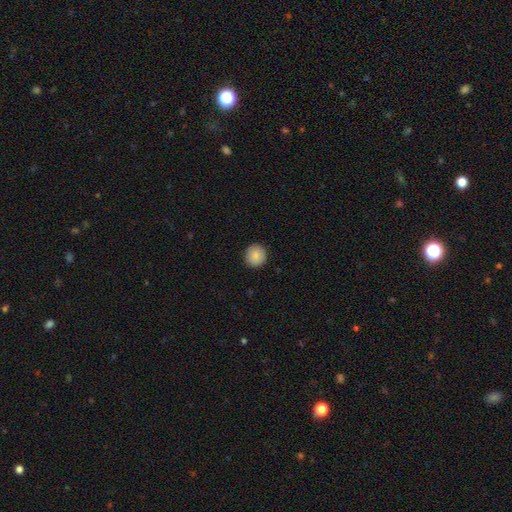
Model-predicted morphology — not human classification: This appears to be a smooth galaxy with no disk features (87%) that is round (90%). Merging: none (91%).